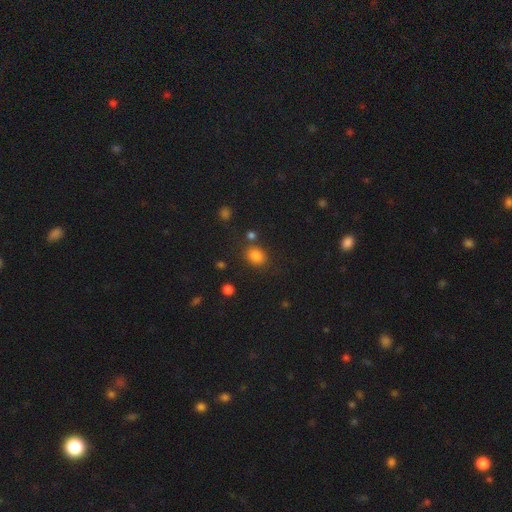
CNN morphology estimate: This appears to be a smooth galaxy with no disk features (82%) that is in between round and cigar-shaped (60%). Merging: none (75%).